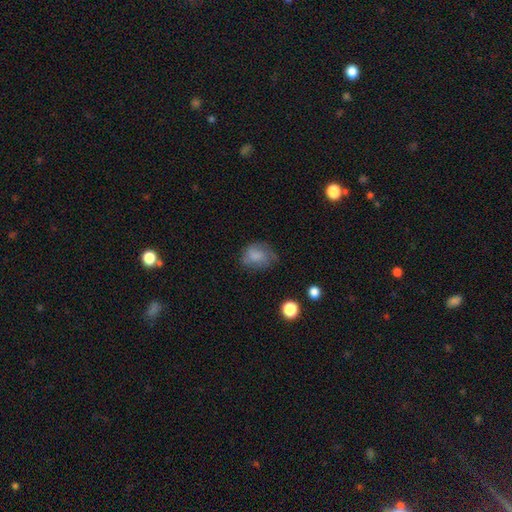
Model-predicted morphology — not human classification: Smooth or featured? smooth (74%)
How rounded? in between (54%)
Merging? none (52%)